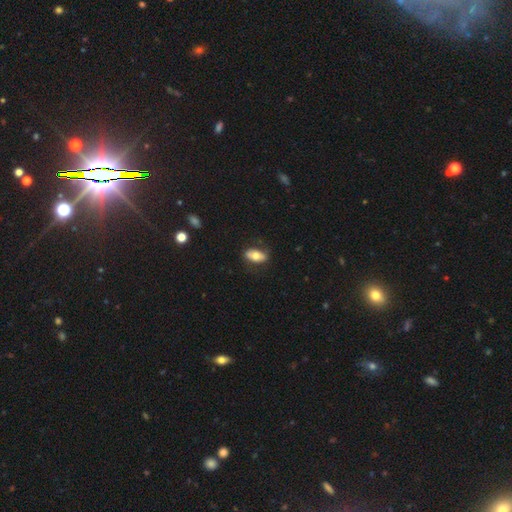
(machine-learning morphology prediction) Smooth or featured: smooth — 67% (featured or disk — 27%)
How rounded: in between — 87% (cigar-shaped — 8%)
Merging: none — 79% (minor disturbance — 15%)